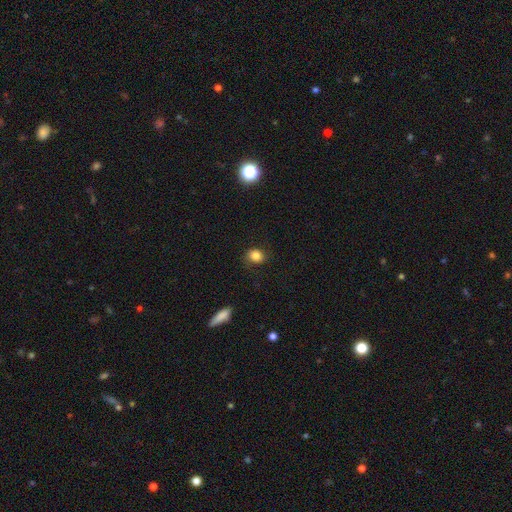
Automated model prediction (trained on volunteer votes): Smooth or featured: smooth — 82% (star or artifact — 11%)
How rounded: round — 65% (in between — 34%)
Merging: none — 76% (minor disturbance — 17%)